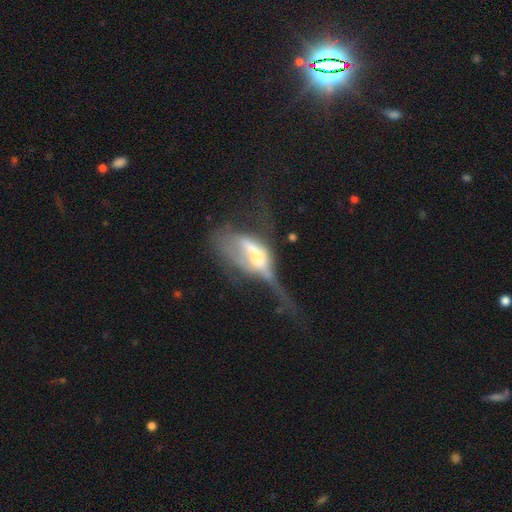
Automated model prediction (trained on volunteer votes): The model was most divided on "edge-on disk": no: 56%, yes: 44%. More confident: smooth or featured — featured or disk (62%); merging — major disturbance (54%).